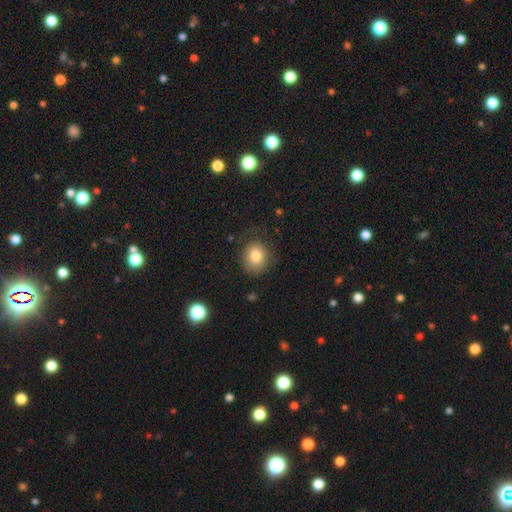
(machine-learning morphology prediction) smooth_or_featured: smooth (p=0.81) [alt: featured or disk p=0.10]
how_rounded: round (p=0.67) [alt: in between p=0.32]
merging: none (p=0.69) [alt: minor disturbance p=0.20]